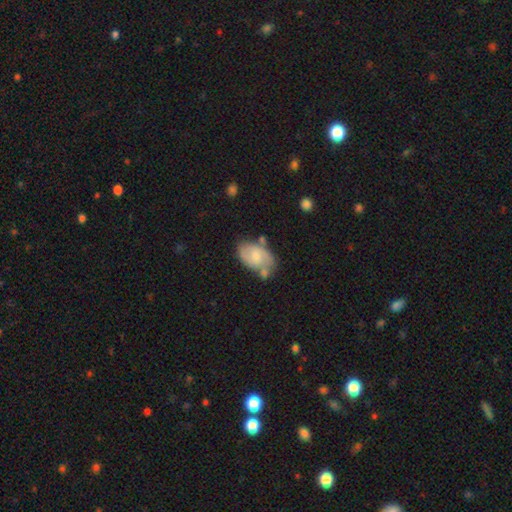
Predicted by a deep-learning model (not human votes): Q: Smooth or featured?
A: featured or disk (51%); runner-up: smooth (42%)
Q: Edge-on disk?
A: no (96%); runner-up: yes (4%)
Q: Merging?
A: none (49%); runner-up: minor disturbance (25%)